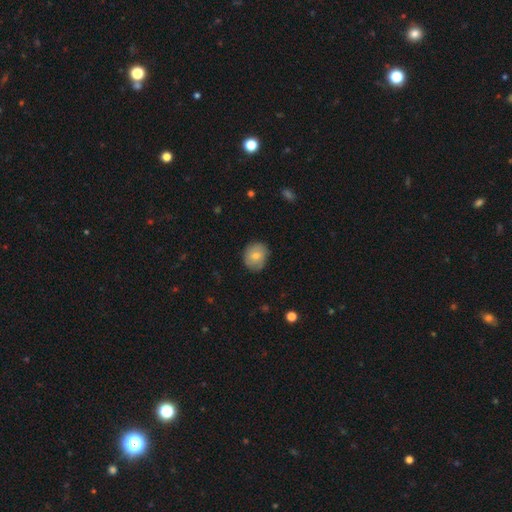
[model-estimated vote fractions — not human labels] This is likely a smooth galaxy (69%). How rounded: likely round (73%). Merging: likely none (79%).